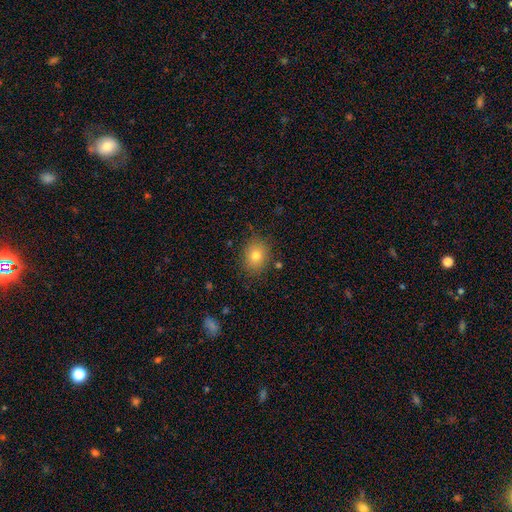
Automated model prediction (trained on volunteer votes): Q: Smooth or featured?
A: smooth (78%); runner-up: star or artifact (11%)
Q: How rounded?
A: round (56%); runner-up: in between (43%)
Q: Merging?
A: none (84%); runner-up: minor disturbance (11%)